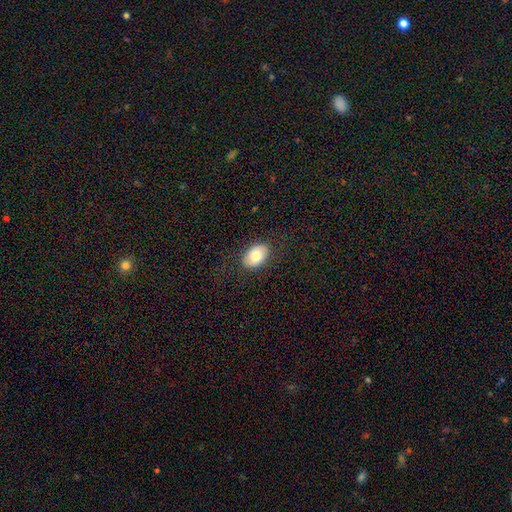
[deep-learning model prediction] Smooth or featured? smooth (78%)
How rounded? in between (85%)
Merging? none (84%)